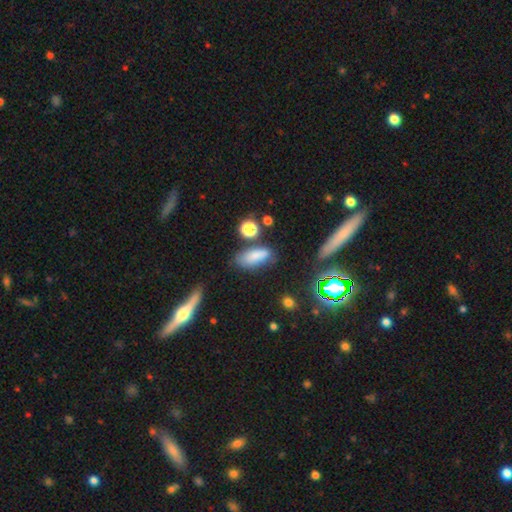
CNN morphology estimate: Smooth or featured? smooth (78%)
How rounded? in between (75%)
Merging? none (66%)